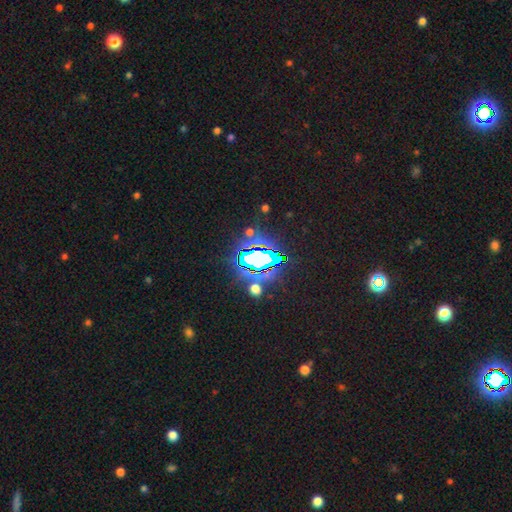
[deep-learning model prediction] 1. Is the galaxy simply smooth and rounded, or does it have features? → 70% star or artifact, 17% smooth, 13% featured or disk.